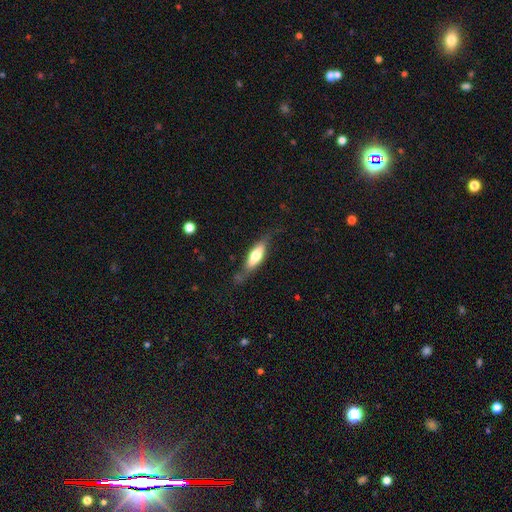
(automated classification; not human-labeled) smooth_or_featured: smooth (p=0.54) [alt: featured or disk p=0.40]
how_rounded: cigar-shaped (p=0.53) [alt: in between p=0.45]
merging: none (p=0.65) [alt: minor disturbance p=0.23]